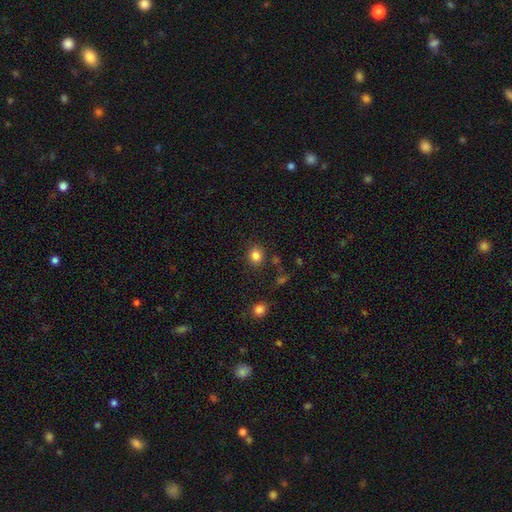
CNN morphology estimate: smooth_or_featured: smooth (p=0.83) [alt: star or artifact p=0.12]
how_rounded: round (p=0.83) [alt: in between p=0.16]
merging: none (p=0.85) [alt: minor disturbance p=0.08]